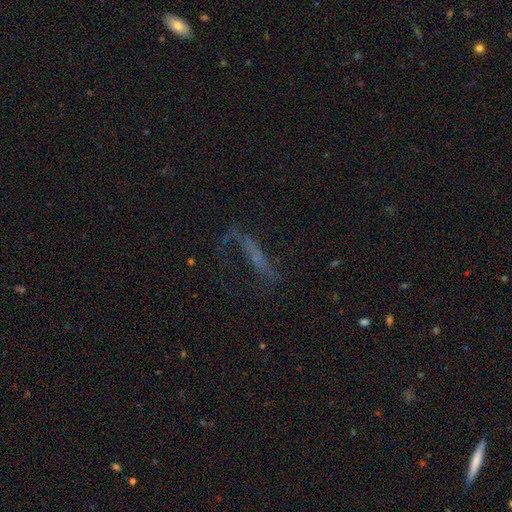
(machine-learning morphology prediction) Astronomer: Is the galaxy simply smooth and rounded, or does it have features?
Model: featured or disk — 57%.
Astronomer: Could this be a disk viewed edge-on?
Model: no — 67%.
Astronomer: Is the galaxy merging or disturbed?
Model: none — 47% (runner-up: major disturbance, 30%).